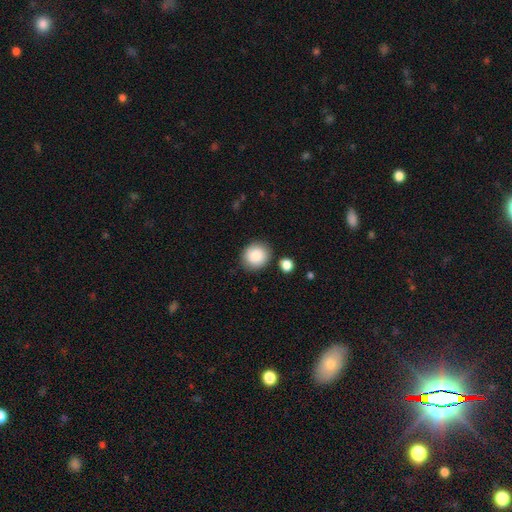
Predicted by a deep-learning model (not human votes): A smooth galaxy with no disk features (86%) that is round (84%). Merging: none (83%).